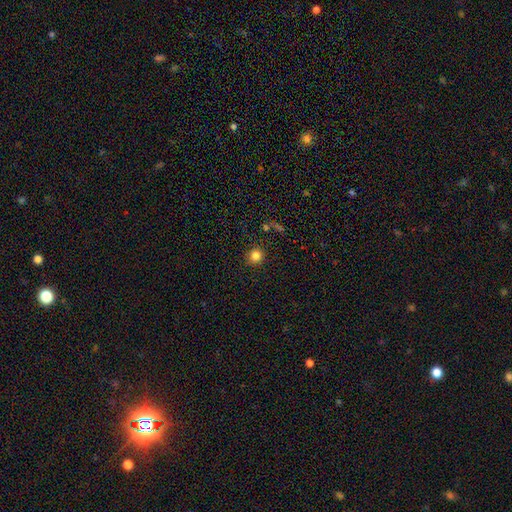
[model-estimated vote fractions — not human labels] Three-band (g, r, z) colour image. It shows a smooth galaxy with no disk features (83%) that is round (92%). Merging: none (89%).